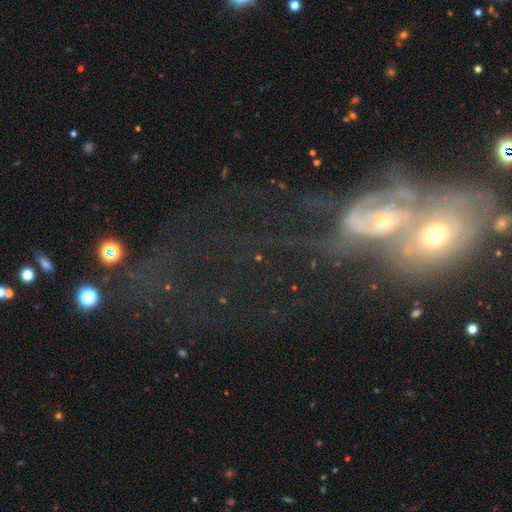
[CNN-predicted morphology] Smooth or featured?
  - featured or disk: 60% *
  - smooth: 20%
  - star or artifact: 20%
Edge-on disk?
  - no: 91% *
  - yes: 9%
Bar?
  - no: 67% *
  - weak: 22%
  - strong: 11%
Spiral arms?
  - yes: 60% *
  - no: 40%
Bulge size?
  - small: 44% *
  - moderate: 42%
  - none: 7%
  - large: 5%
  - dominant: 3%
Merging?
  - merger: 63% *
  - none: 15%
  - major disturbance: 15%
  - minor disturbance: 7%